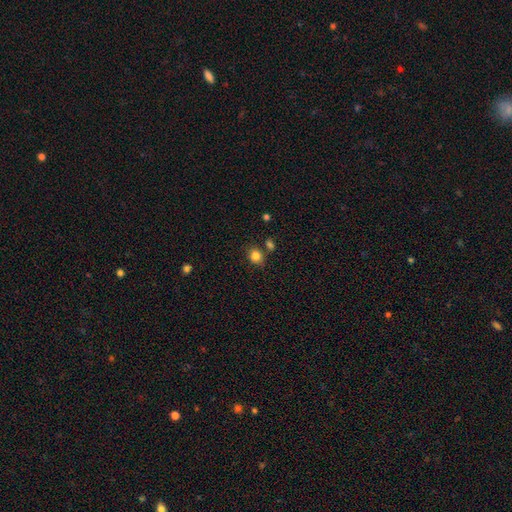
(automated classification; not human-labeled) Overall: smooth (84%). How rounded: round (61%; in between 38%). Merging: none (72%).